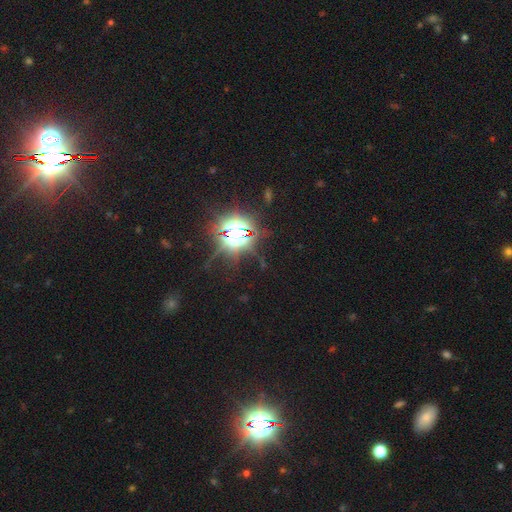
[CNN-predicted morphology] Smooth or featured? Predicted: star or artifact (p=0.84).